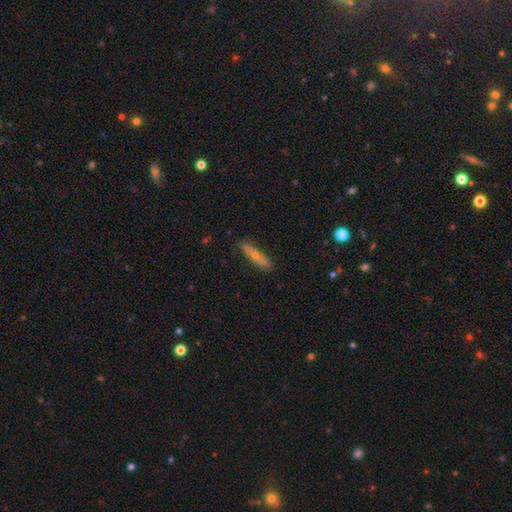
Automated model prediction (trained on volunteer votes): Smooth or featured? smooth (54%)
How rounded? cigar-shaped (83%)
Merging? none (83%)